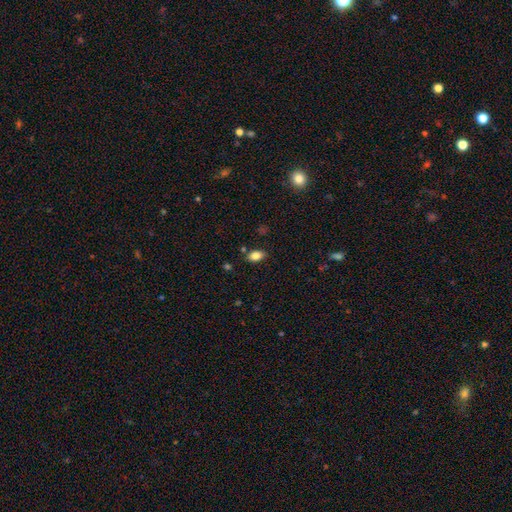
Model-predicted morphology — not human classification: Overall: smooth (82%). How rounded: in between (89%). Merging: none (82%).